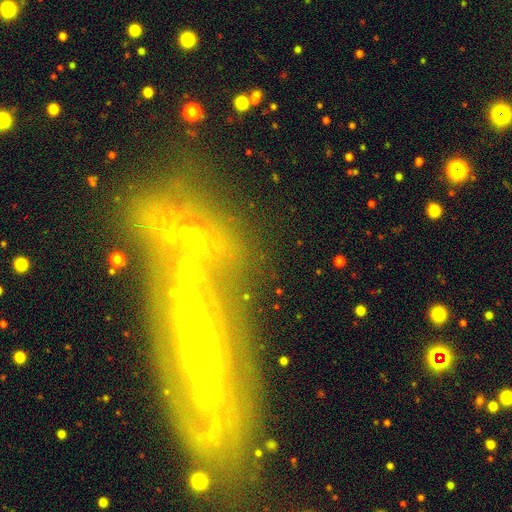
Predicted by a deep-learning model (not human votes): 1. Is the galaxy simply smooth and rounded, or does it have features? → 65% featured or disk, 18% smooth, 16% star or artifact.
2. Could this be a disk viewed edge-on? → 72% no, 28% yes.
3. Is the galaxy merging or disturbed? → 53% none, 18% merger, 17% minor disturbance, 12% major disturbance.